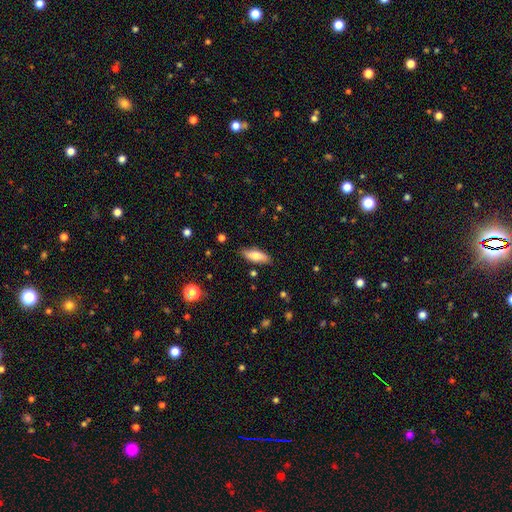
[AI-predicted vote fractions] smooth_or_featured: smooth (p=0.72) [alt: featured or disk p=0.21]
how_rounded: in between (p=0.65) [alt: cigar-shaped p=0.33]
merging: none (p=0.84) [alt: minor disturbance p=0.13]